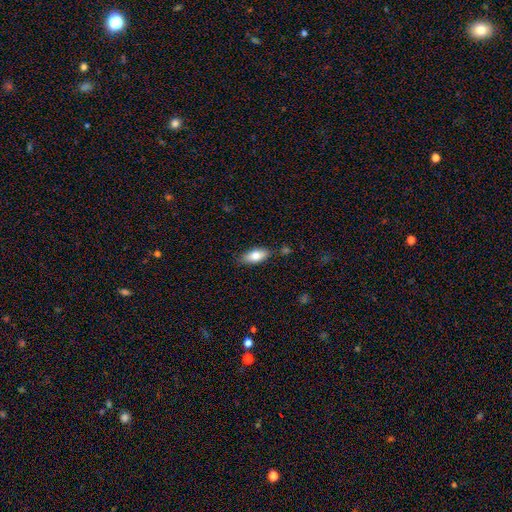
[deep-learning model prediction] Smooth or featured? Predicted: smooth (p=0.78). How rounded? Predicted: in between (p=0.85). Merging? Predicted: none (p=0.81).